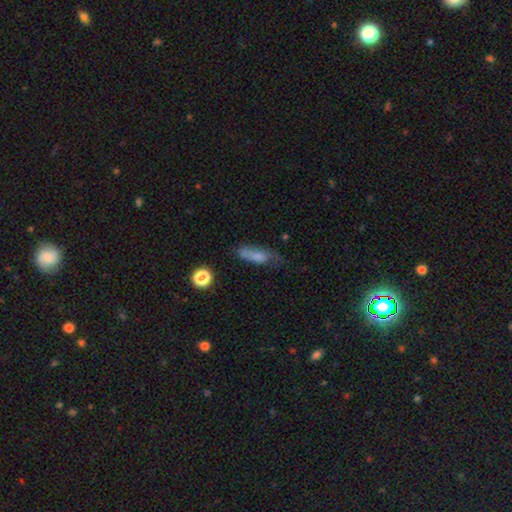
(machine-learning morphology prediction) A smooth galaxy with no disk features (70%) that is in between round and cigar-shaped (55%).

Vote fractions:
- Smooth or featured? smooth: 70% / featured or disk: 20% / star or artifact: 10%
- How rounded? in between: 55% / cigar-shaped: 41% / round: 4%
- Merging? none: 48% / minor disturbance: 30% / major disturbance: 16% / merger: 6%